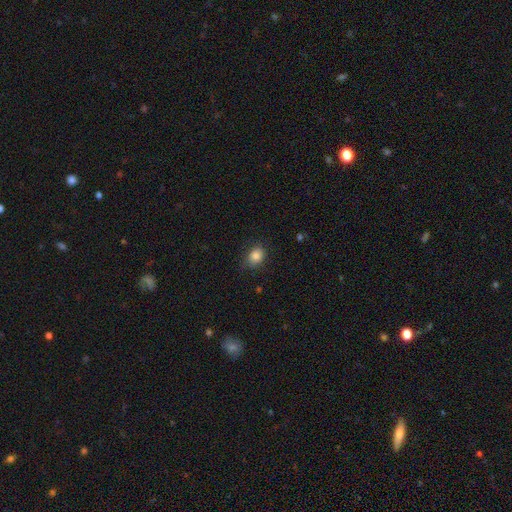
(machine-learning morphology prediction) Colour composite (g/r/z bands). It shows a smooth galaxy with no disk features (85%) that is in between round and cigar-shaped (59%). Merging: none (77%).